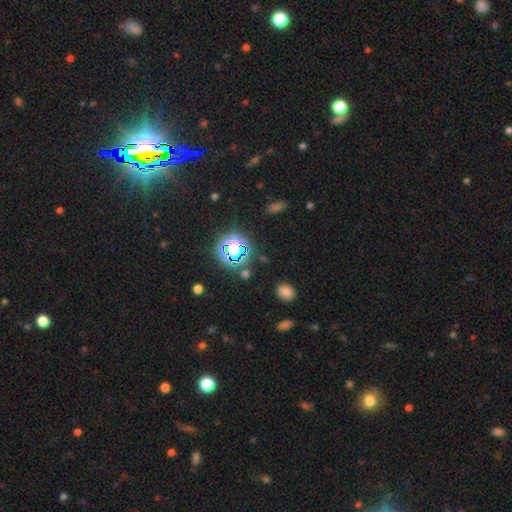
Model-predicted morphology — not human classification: star or artifact 77%, smooth 15%, featured or disk 8%.